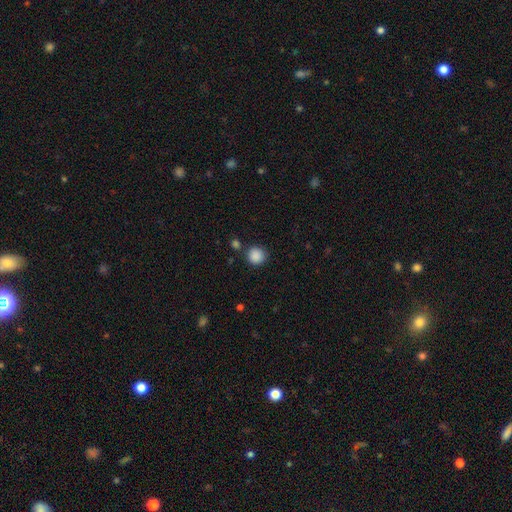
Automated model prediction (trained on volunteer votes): smooth-or-featured: smooth: 88% | star or artifact: 9% | featured or disk: 3%
  how-rounded: round: 92% | in between: 7% | cigar-shaped: 1%
  merging: none: 83% | minor disturbance: 9% | merger: 6% | major disturbance: 3%